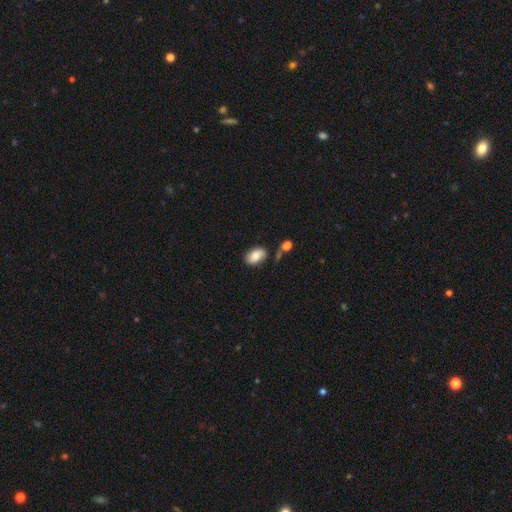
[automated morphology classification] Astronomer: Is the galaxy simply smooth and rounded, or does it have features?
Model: smooth — 72%.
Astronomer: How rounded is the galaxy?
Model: in between — 89%.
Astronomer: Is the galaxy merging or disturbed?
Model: none — 58%.